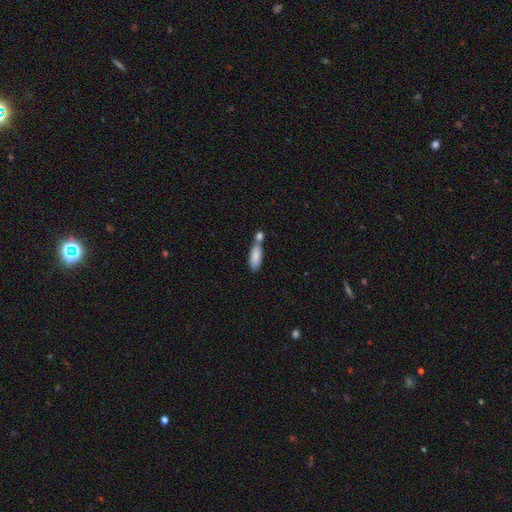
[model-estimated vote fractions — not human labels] A smooth galaxy with no disk features (82%) that is in between round and cigar-shaped (70%).

Vote fractions:
- Smooth or featured? smooth: 82% / featured or disk: 11% / star or artifact: 7%
- How rounded? in between: 70% / cigar-shaped: 28% / round: 2%
- Merging? merger: 47% / none: 36% / minor disturbance: 13% / major disturbance: 4%